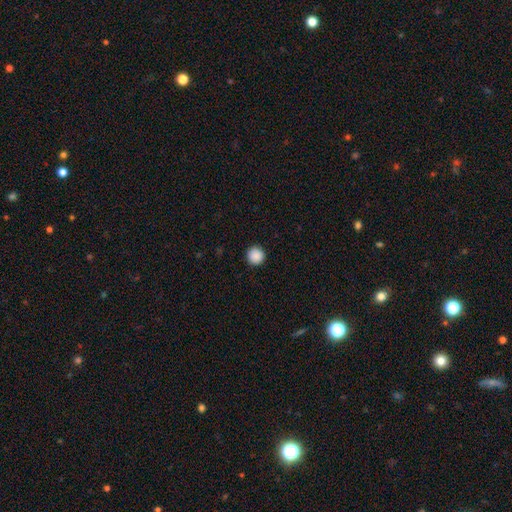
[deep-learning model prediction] The model was most divided on "smooth or featured": smooth: 89%, star or artifact: 8%, featured or disk: 2%. More confident: how rounded — round (96%); merging — none (93%).